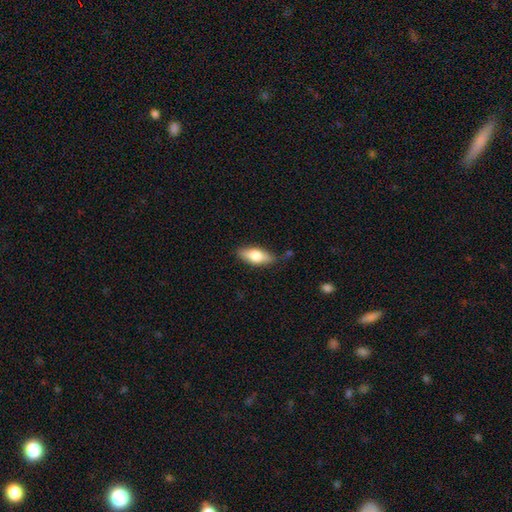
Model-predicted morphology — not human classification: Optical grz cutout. It shows a smooth galaxy with no disk features (71%) that is in between round and cigar-shaped (76%). Merging: none (76%).